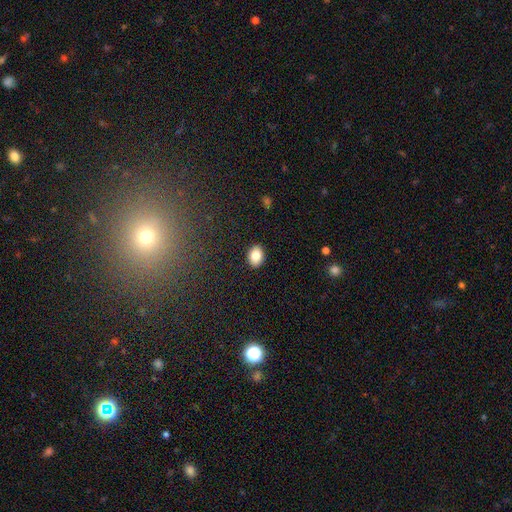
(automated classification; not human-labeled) This is clearly a smooth galaxy (83%). How rounded: likely in between (68%). Merging: clearly none (90%).